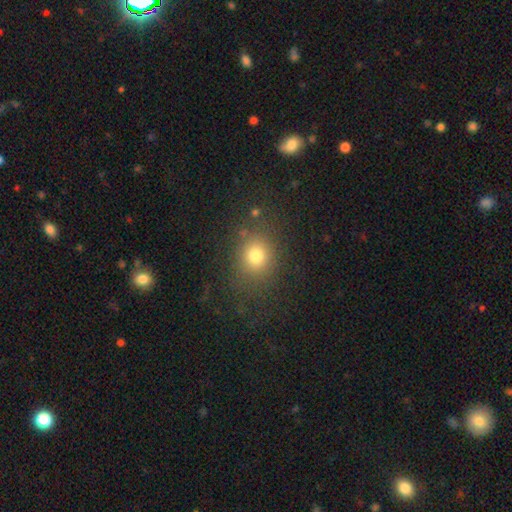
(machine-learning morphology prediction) A smooth galaxy with no disk features (77%) that is round (73%).

Vote fractions:
- Smooth or featured? smooth: 77% / star or artifact: 16% / featured or disk: 8%
- How rounded? round: 73% / in between: 26% / cigar-shaped: 1%
- Merging? none: 79% / minor disturbance: 12% / major disturbance: 6% / merger: 3%